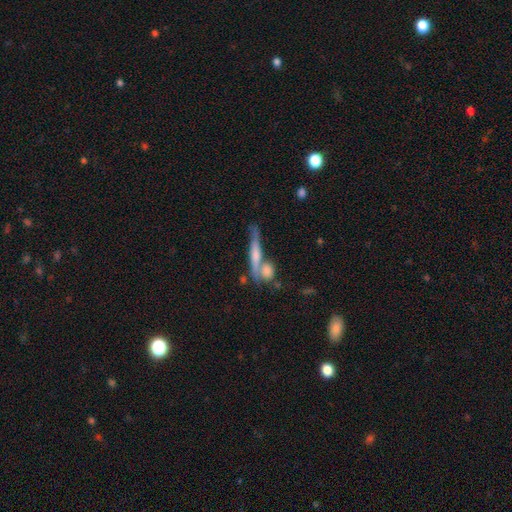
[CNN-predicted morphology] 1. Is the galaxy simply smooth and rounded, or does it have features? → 54% featured or disk, 36% smooth, 10% star or artifact.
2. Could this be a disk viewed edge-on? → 86% yes, 14% no.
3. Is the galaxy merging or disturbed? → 54% none, 27% merger, 13% minor disturbance, 6% major disturbance.